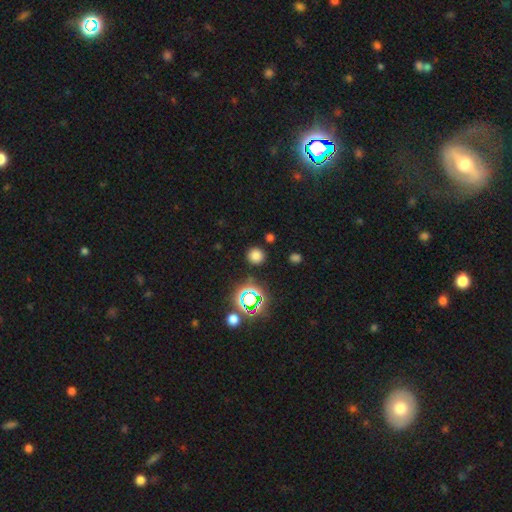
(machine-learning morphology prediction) Smooth or featured: smooth — 71% (star or artifact — 23%)
How rounded: round — 93% (in between — 6%)
Merging: none — 88% (minor disturbance — 7%)